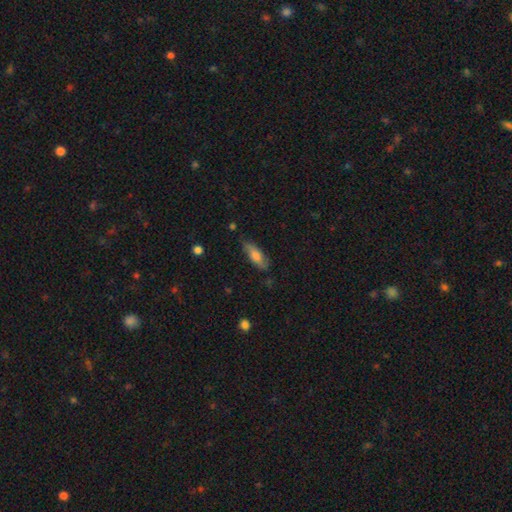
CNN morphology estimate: Overall: smooth (65%; featured or disk 28%). How rounded: in between (66%; cigar-shaped 32%). Merging: none (67%).